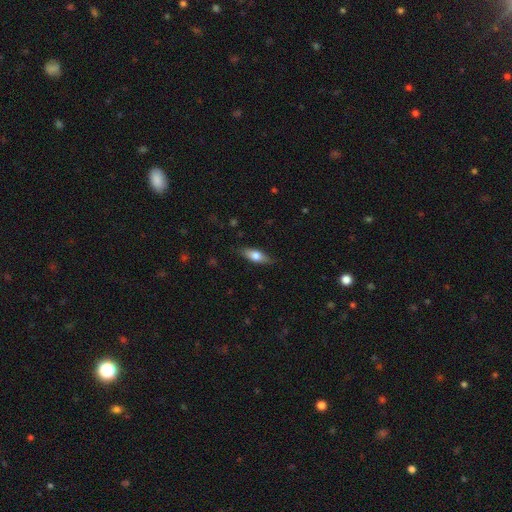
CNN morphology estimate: Smooth or featured? smooth (67%)
How rounded? in between (68%)
Merging? none (83%)